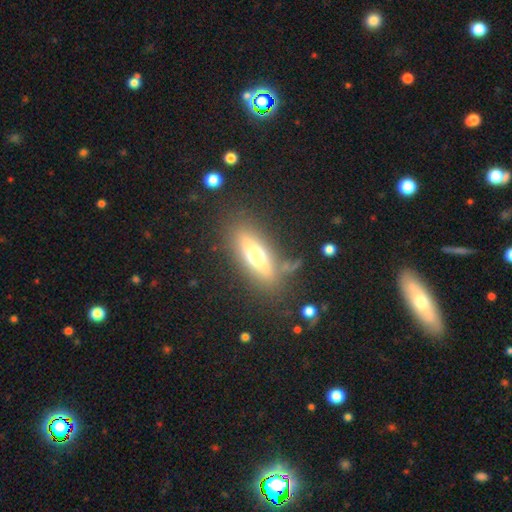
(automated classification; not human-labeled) The model was most divided on "smooth or featured": smooth: 48%, featured or disk: 43%, star or artifact: 9%. More confident: merging — none (79%).